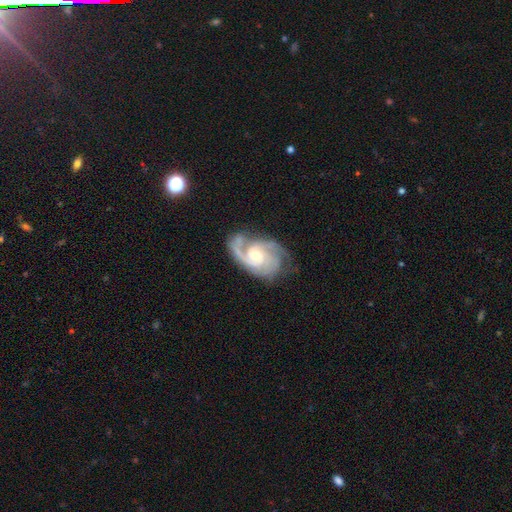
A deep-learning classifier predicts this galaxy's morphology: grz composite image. It shows a featured or disk galaxy (91%) with no bar (52%), 3 (41%) tight (48%) spiral arms (98%) and a moderate central bulge (48%). Merging: none (64%).